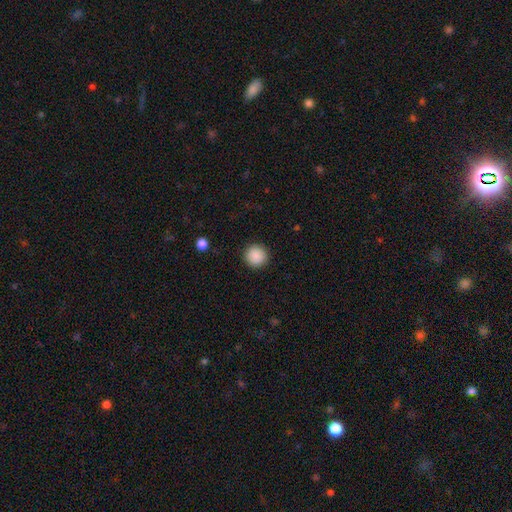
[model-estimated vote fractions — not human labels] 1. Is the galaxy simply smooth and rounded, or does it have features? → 89% smooth, 8% star or artifact, 3% featured or disk.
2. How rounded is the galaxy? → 95% round, 4% in between, 1% cigar-shaped.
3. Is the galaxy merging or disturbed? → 92% none, 5% minor disturbance, 2% major disturbance, 1% merger.